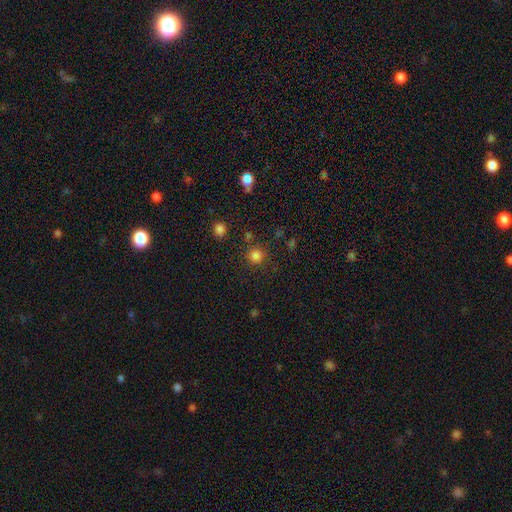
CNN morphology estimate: Smooth or featured?
  - smooth: 80% *
  - star or artifact: 16%
  - featured or disk: 5%
How rounded?
  - round: 93% *
  - in between: 6%
  - cigar-shaped: 1%
Merging?
  - none: 81% *
  - minor disturbance: 9%
  - merger: 5%
  - major disturbance: 4%